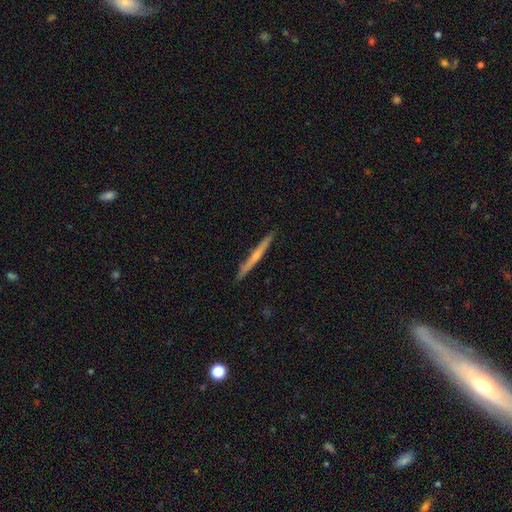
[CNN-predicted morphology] This is possibly a featured or disk galaxy (59%). It is clearly viewed edge-on (97%). Edge-on bulge: possibly rounded (53%). Merging: clearly none (90%).